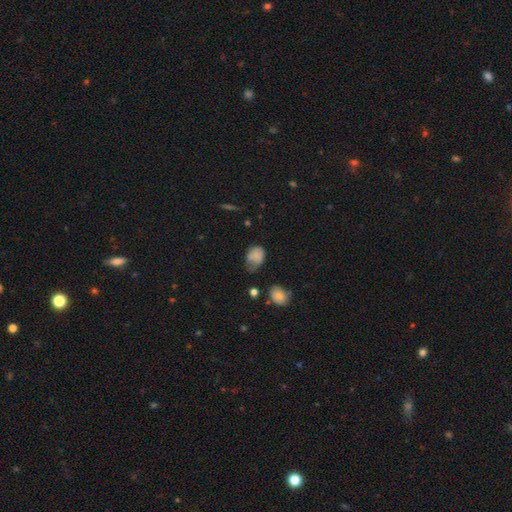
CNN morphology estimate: Q: Smooth or featured?
A: smooth (78%); runner-up: featured or disk (11%)
Q: How rounded?
A: in between (67%); runner-up: round (31%)
Q: Merging?
A: minor disturbance (43%); runner-up: none (33%)